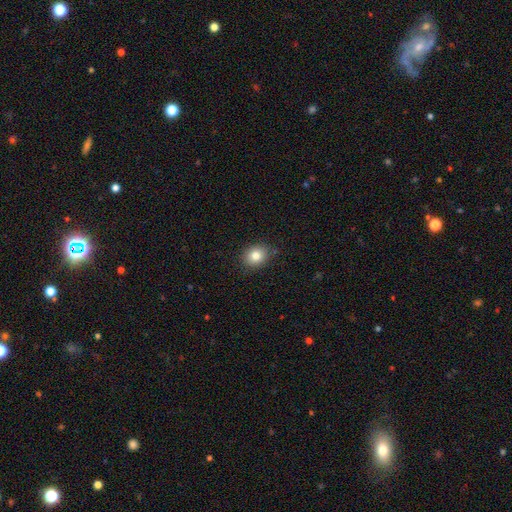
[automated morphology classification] Overall: smooth (81%). How rounded: round (60%; in between 40%). Merging: none (86%).